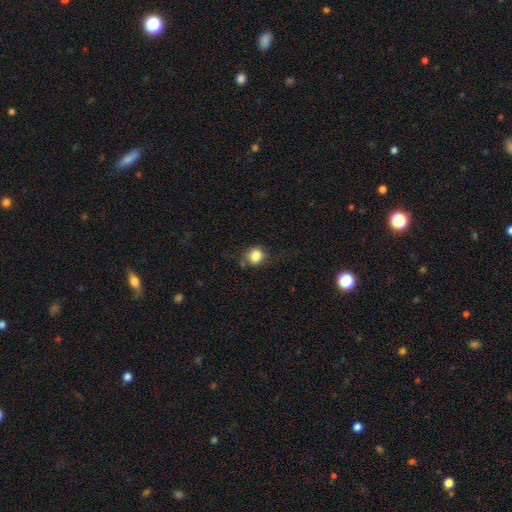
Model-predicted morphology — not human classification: A smooth galaxy with no disk features (83%) that is round (81%).

Vote fractions:
- Smooth or featured? smooth: 83% / star or artifact: 11% / featured or disk: 6%
- How rounded? round: 81% / in between: 18% / cigar-shaped: 1%
- Merging? none: 73% / minor disturbance: 18% / major disturbance: 5% / merger: 4%